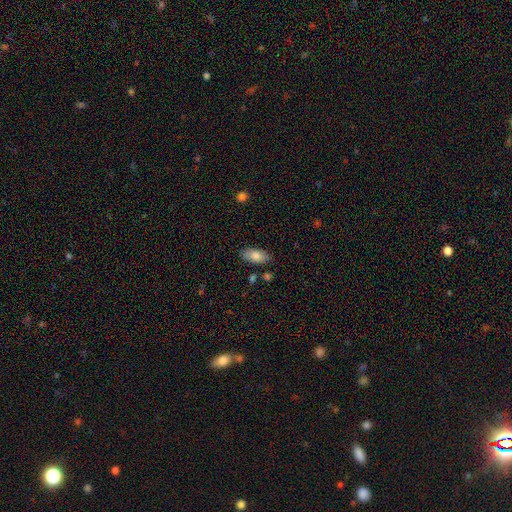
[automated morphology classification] This appears to be a smooth galaxy with no disk features (84%) that is in between round and cigar-shaped (91%). Merging: none (81%).